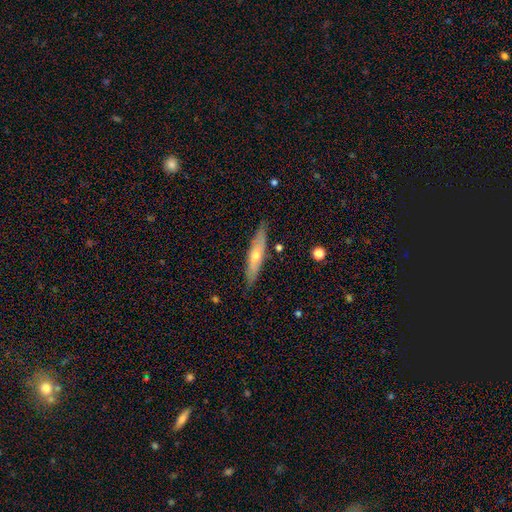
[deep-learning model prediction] featured or disk 49%, smooth 45%, star or artifact 6%. Down the decision tree: merging — none (84%).